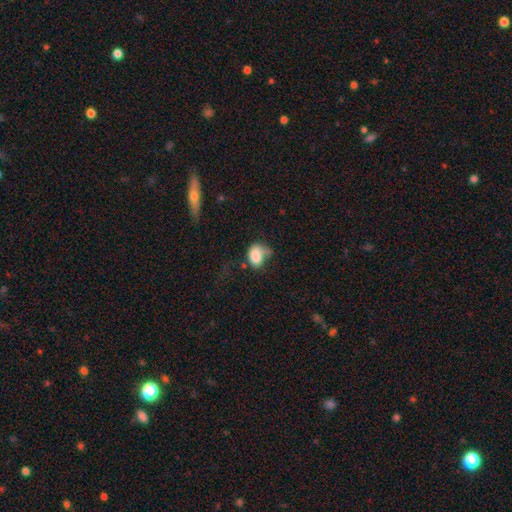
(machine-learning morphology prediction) smooth-or-featured: smooth: 79% | featured or disk: 13% | star or artifact: 8%
  how-rounded: in between: 70% | round: 28% | cigar-shaped: 1%
  merging: none: 30% (tied) | minor disturbance: 30% (tied) | major disturbance: 29% | merger: 11%